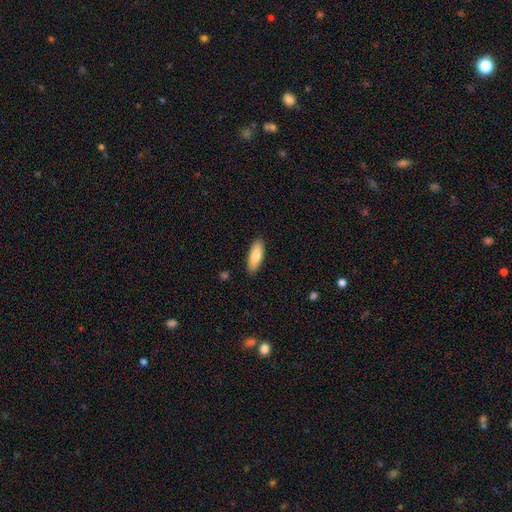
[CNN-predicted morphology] smooth_or_featured: smooth (p=0.84) [alt: featured or disk p=0.10]
how_rounded: in between (p=0.71) [alt: cigar-shaped p=0.27]
merging: none (p=0.89) [alt: minor disturbance p=0.09]